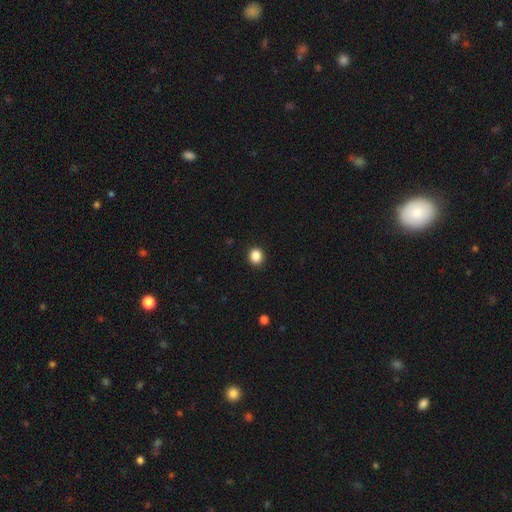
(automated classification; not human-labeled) smooth 87%, star or artifact 10%, featured or disk 3%. Down the decision tree: how rounded — round (80%); merging — none (92%).